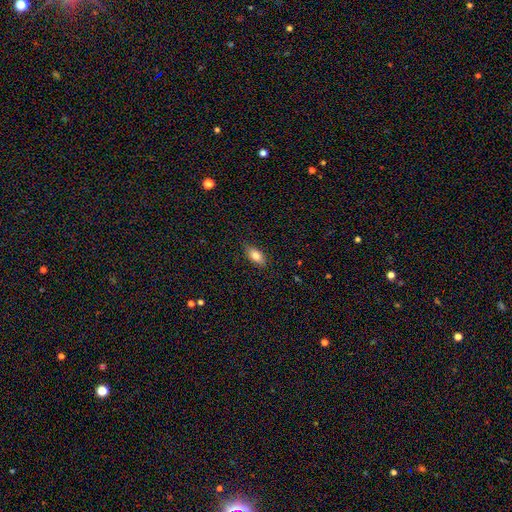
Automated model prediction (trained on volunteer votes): Smooth or featured: smooth — 79% (featured or disk — 13%)
How rounded: in between — 85% (cigar-shaped — 10%)
Merging: none — 83% (minor disturbance — 14%)